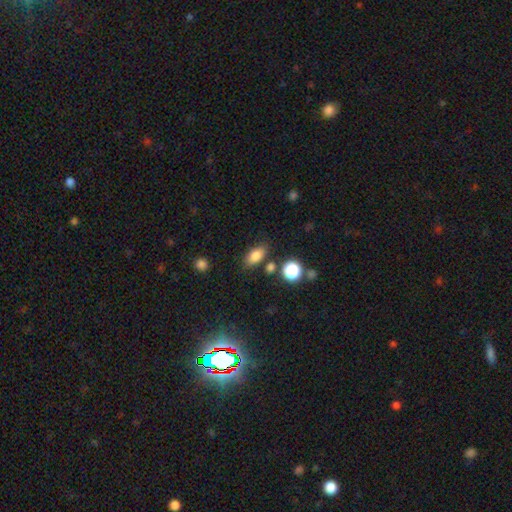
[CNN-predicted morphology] smooth-or-featured: smooth: 81% | star or artifact: 11% | featured or disk: 8%
  how-rounded: in between: 83% | round: 11% | cigar-shaped: 6%
  merging: none: 79% | minor disturbance: 12% | merger: 6% | major disturbance: 3%